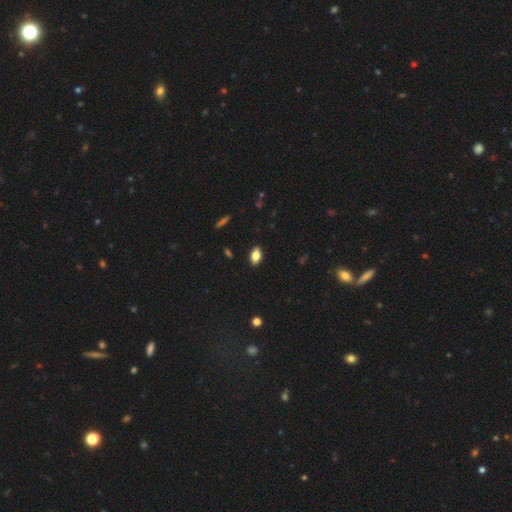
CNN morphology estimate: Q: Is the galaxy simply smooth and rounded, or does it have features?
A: smooth — 81%.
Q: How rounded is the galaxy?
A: in between — 90%.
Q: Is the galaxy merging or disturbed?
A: none — 88%.